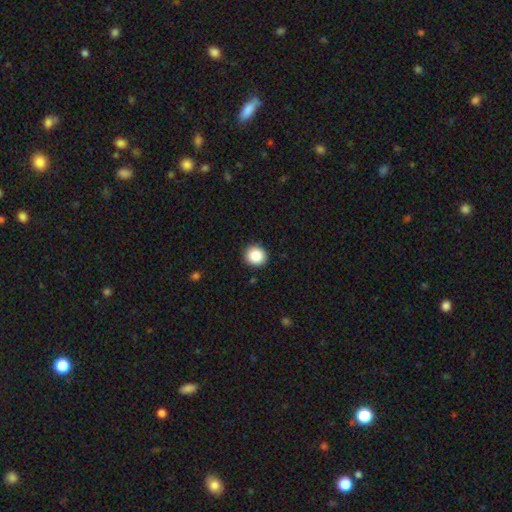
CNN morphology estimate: The model was most divided on "smooth or featured": smooth: 87%, star or artifact: 9%, featured or disk: 4%. More confident: merging — none (92%); how rounded — round (91%).